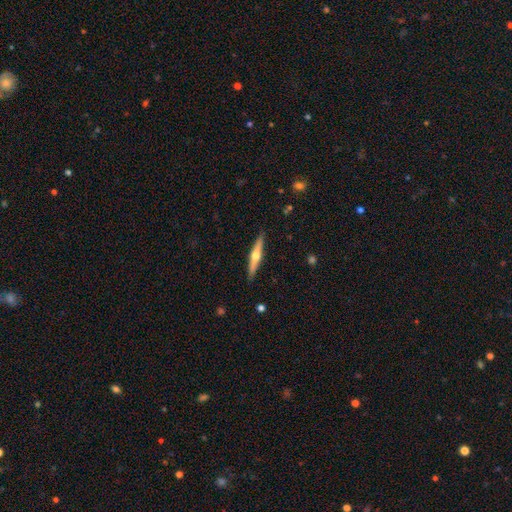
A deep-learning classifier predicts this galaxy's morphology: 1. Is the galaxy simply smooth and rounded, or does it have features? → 65% featured or disk, 30% smooth, 5% star or artifact.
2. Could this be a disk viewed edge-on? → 97% yes, 3% no.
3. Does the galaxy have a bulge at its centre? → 93% rounded, 4% none, 2% boxy.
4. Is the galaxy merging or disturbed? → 91% none, 7% minor disturbance, 1% major disturbance, 1% merger.